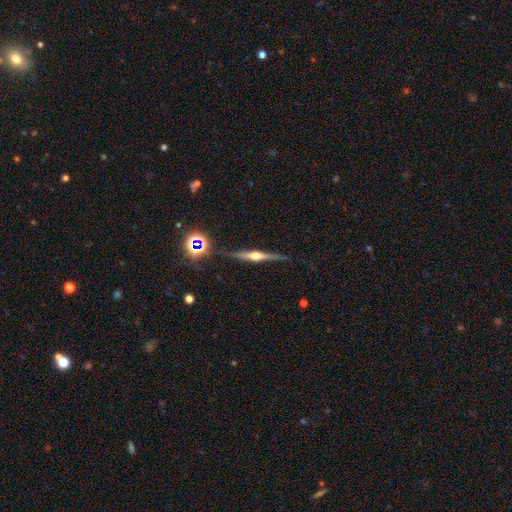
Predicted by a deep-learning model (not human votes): Morphology: type=featured or disk (74%); edge-on=yes (97%); edge-on bulge=rounded (91%); merging=none (85%).